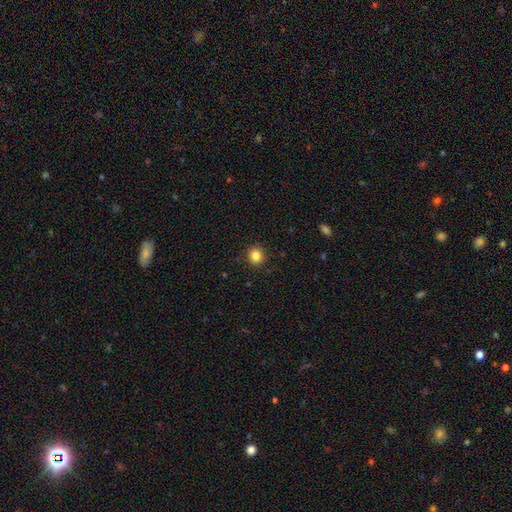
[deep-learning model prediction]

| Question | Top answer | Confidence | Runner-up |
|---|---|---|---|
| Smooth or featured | smooth | 84% | star or artifact (11%) |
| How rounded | round | 87% | in between (12%) |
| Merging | none | 91% | minor disturbance (6%) |